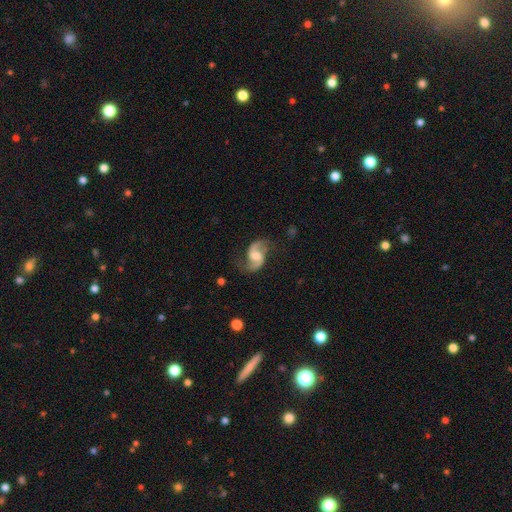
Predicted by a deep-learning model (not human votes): smooth_or_featured: featured or disk (p=0.89) [alt: smooth p=0.06]
disk_edge_on: no (p=0.98) [alt: yes p=0.02]
bar: weak (p=0.46) [alt: no p=0.42]
has_spiral_arms: yes (p=0.97) [alt: no p=0.03]
spiral_winding: loose (p=0.55) [alt: medium p=0.38]
spiral_arm_count: 2 (p=0.94) [alt: can't tell p=0.02]
bulge_size: moderate (p=0.51) [alt: small p=0.25]
merging: none (p=0.75) [alt: minor disturbance p=0.16]